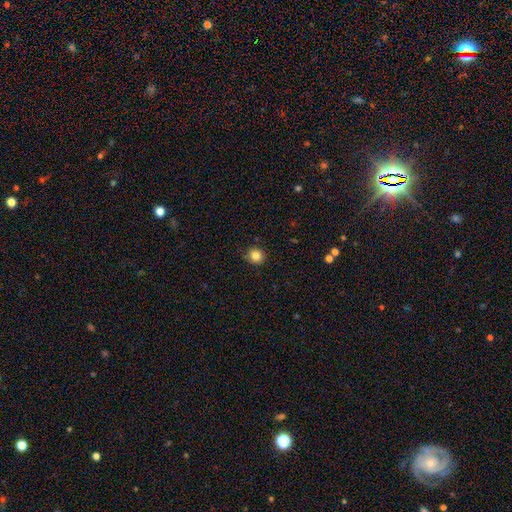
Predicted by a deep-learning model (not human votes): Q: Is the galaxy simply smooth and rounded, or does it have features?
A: smooth — 83%.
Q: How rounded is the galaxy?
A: round — 86%.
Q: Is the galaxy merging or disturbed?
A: none — 84%.